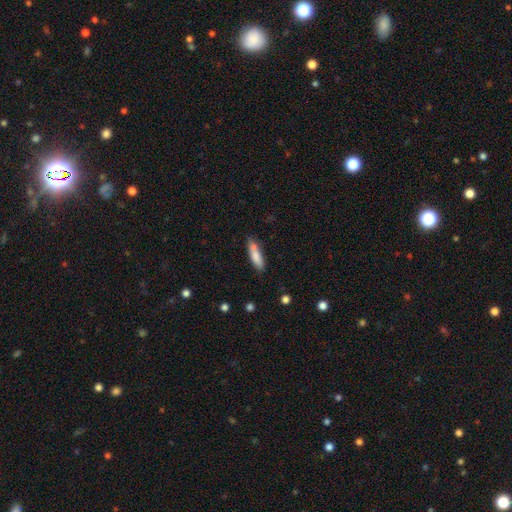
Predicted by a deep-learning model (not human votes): Overall: smooth (79%). How rounded: cigar-shaped (66%; in between 32%). Merging: none (65%).